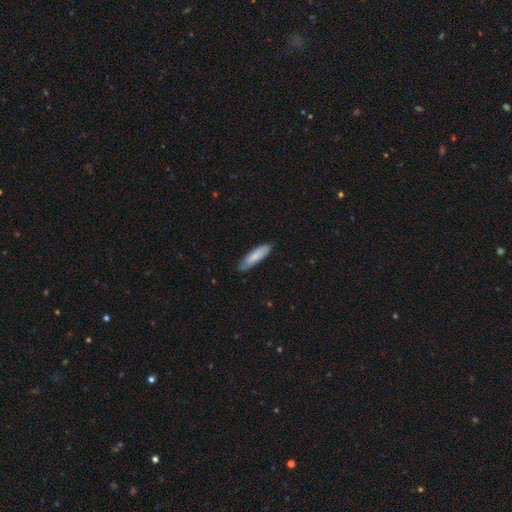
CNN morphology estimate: Smooth or featured?
  - smooth: 78% *
  - featured or disk: 17%
  - star or artifact: 5%
How rounded?
  - cigar-shaped: 67% *
  - in between: 32%
  - round: 1%
Merging?
  - none: 79% *
  - minor disturbance: 18%
  - major disturbance: 2%
  - merger: 1%